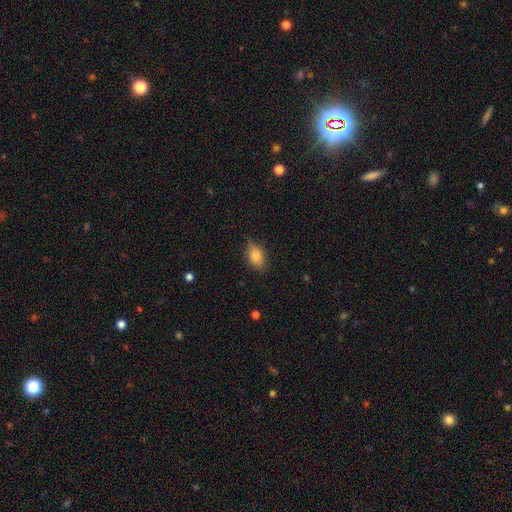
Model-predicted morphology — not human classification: A smooth galaxy with no disk features (77%) that is in between round and cigar-shaped (81%).

Vote fractions:
- Smooth or featured? smooth: 77% / featured or disk: 14% / star or artifact: 8%
- How rounded? in between: 81% / round: 15% / cigar-shaped: 4%
- Merging? none: 80% / minor disturbance: 16% / major disturbance: 3% / merger: 1%